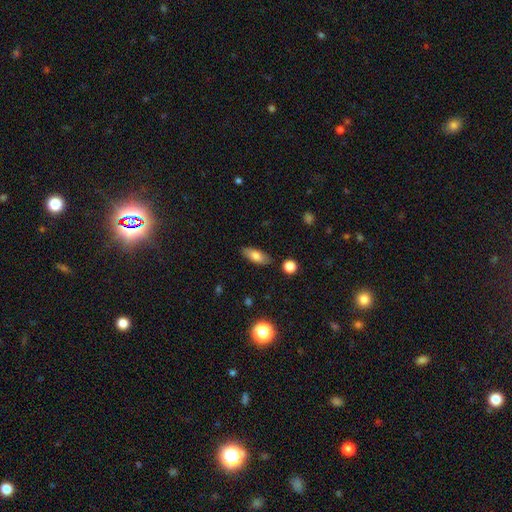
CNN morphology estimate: Smooth or featured: smooth — 77% (featured or disk — 15%)
How rounded: in between — 79% (cigar-shaped — 18%)
Merging: none — 85% (minor disturbance — 10%)